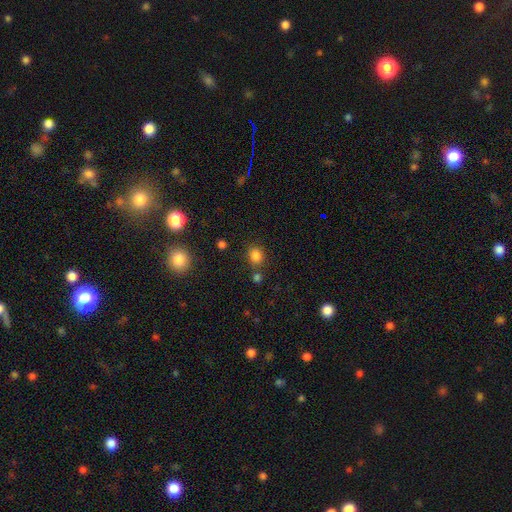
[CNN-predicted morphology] Smooth or featured? smooth (82%)
How rounded? round (65%)
Merging? none (74%)